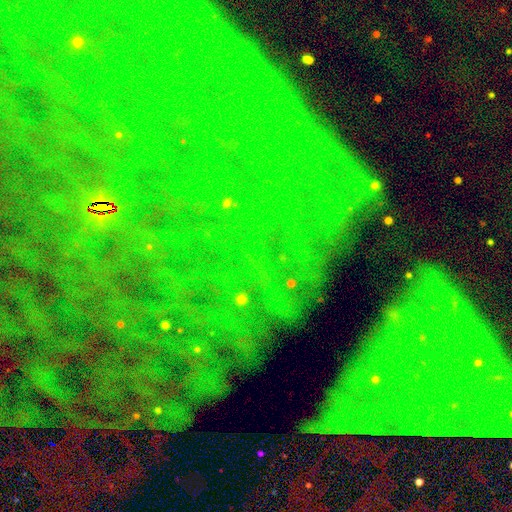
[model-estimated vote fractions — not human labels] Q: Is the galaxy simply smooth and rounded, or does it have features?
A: star or artifact — 84%.